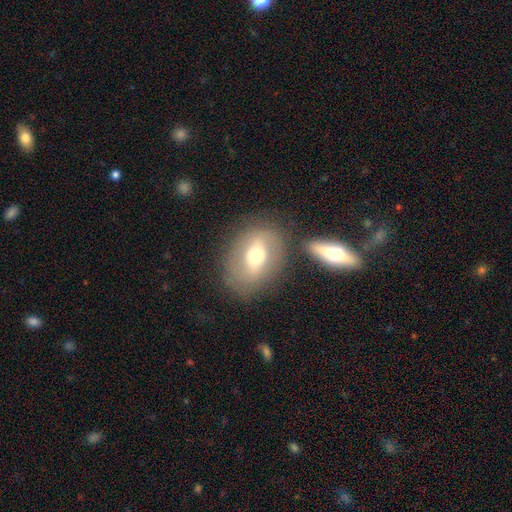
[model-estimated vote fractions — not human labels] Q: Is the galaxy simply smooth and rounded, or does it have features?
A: smooth — 50%.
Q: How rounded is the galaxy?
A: in between — 75%.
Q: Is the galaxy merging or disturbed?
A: none — 67%.